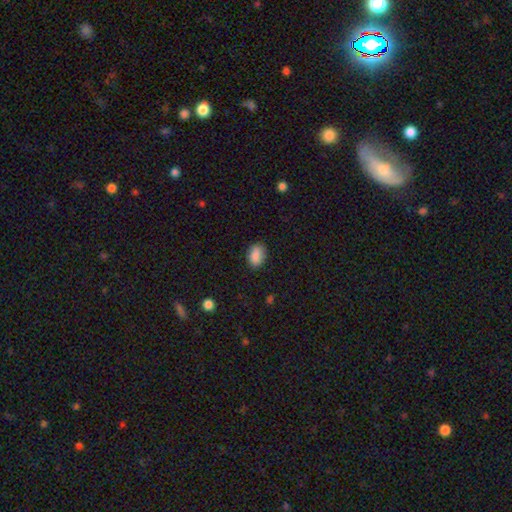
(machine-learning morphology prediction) This appears to be a smooth galaxy with no disk features (88%) that is in between round and cigar-shaped (83%). Merging: none (84%).